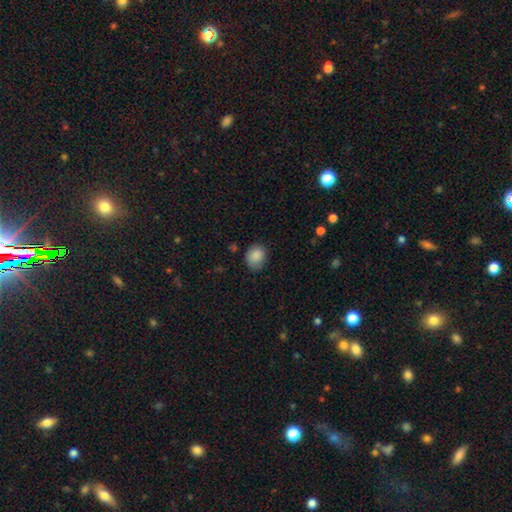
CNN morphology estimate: smooth 87%, star or artifact 8%, featured or disk 5%. Down the decision tree: how rounded — round (57%); merging — none (73%).